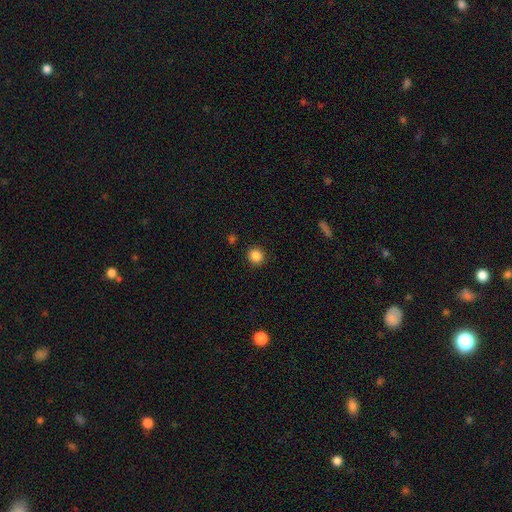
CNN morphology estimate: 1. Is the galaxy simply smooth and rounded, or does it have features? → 86% smooth, 11% star or artifact, 3% featured or disk.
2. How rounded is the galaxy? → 90% round, 9% in between, 1% cigar-shaped.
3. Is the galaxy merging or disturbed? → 89% none, 7% minor disturbance, 2% major disturbance, 2% merger.